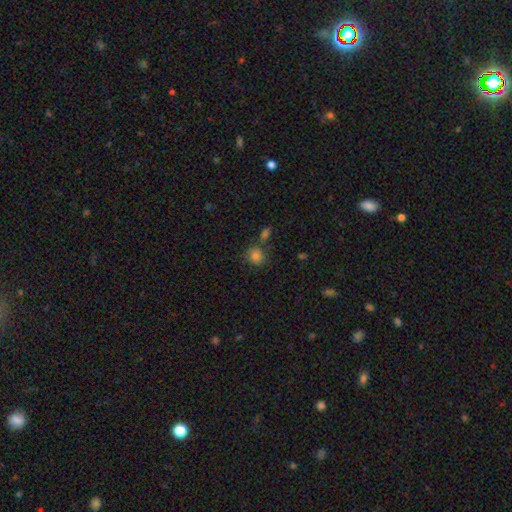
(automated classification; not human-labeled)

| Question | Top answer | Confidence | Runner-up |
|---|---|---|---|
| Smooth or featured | smooth | 82% | star or artifact (12%) |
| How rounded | round | 75% | in between (24%) |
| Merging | none | 68% | merger (14%) |